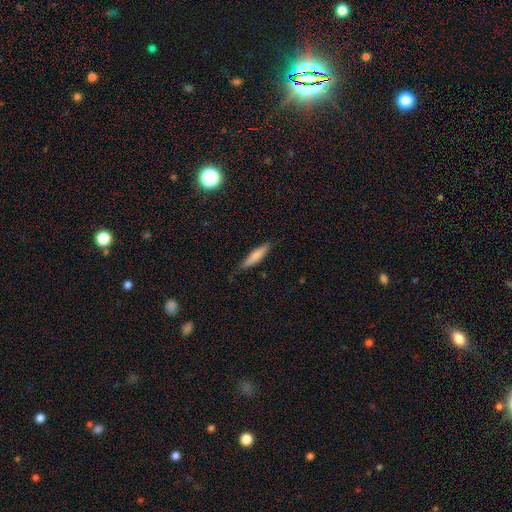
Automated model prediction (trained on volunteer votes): The model was most divided on "how rounded": cigar-shaped: 75%, in between: 23%, round: 2%. More confident: smooth or featured — smooth (78%); merging — none (75%).